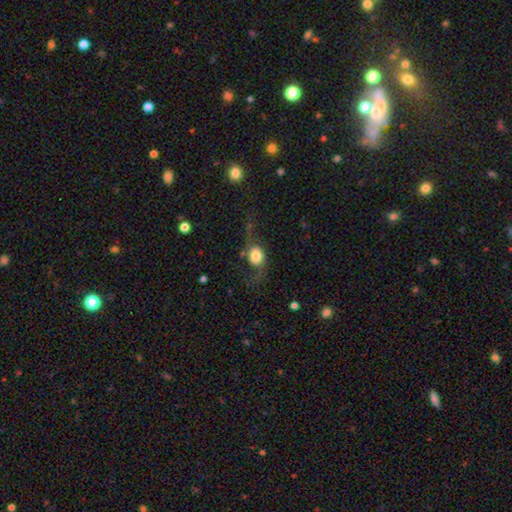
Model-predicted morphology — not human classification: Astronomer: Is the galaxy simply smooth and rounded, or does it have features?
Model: featured or disk — 50% (runner-up: smooth, 41%).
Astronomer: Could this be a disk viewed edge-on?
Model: no — 87%.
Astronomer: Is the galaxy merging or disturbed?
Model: none — 50% (runner-up: major disturbance, 27%).